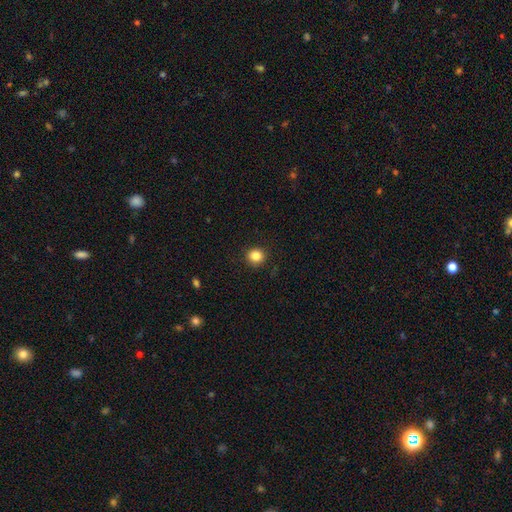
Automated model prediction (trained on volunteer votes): A smooth galaxy with no disk features (85%) that is round (88%).

Vote fractions:
- Smooth or featured? smooth: 85% / star or artifact: 11% / featured or disk: 4%
- How rounded? round: 88% / in between: 11% / cigar-shaped: 1%
- Merging? none: 91% / minor disturbance: 6% / major disturbance: 2% / merger: 1%